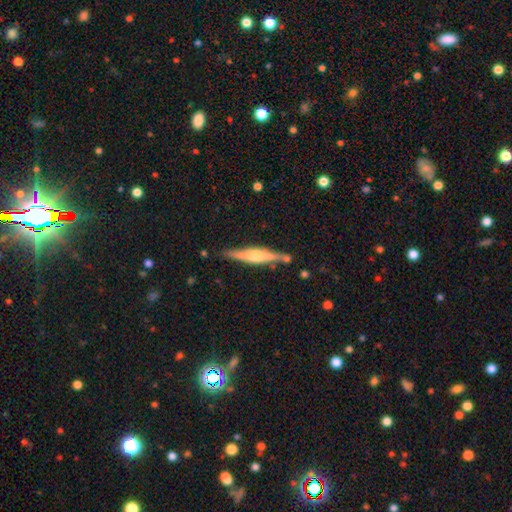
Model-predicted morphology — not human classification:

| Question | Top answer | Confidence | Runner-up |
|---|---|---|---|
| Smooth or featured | featured or disk | 69% | smooth (25%) |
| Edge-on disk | yes | 96% | no (4%) |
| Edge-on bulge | rounded | 82% | boxy (12%) |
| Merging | none | 81% | minor disturbance (12%) |